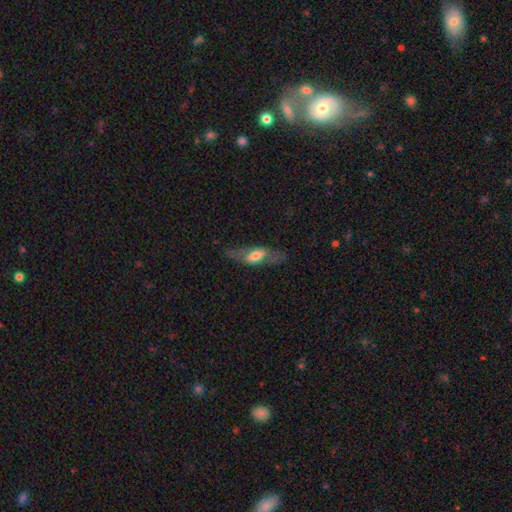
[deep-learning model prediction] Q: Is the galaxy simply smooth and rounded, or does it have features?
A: featured or disk — 50%.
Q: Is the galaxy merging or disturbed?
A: none — 67%.